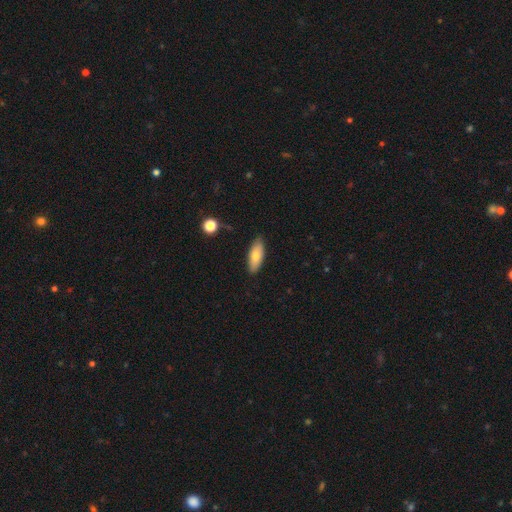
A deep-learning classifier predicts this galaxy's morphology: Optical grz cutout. It shows a smooth galaxy with no disk features (75%) that is in between round and cigar-shaped (74%). Merging: none (85%).